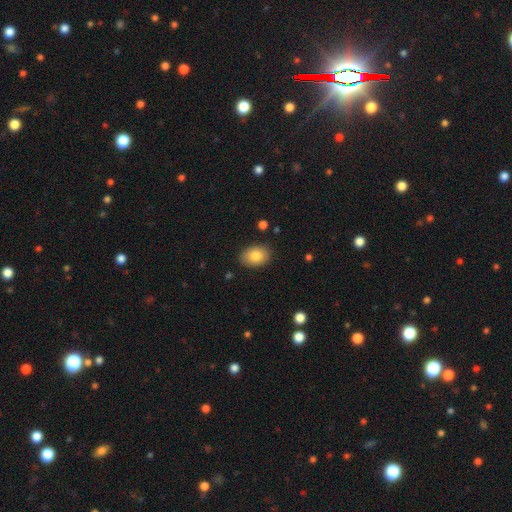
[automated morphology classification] Smooth or featured? Predicted: smooth (p=0.84). How rounded? Predicted: in between (p=0.80). Merging? Predicted: none (p=0.86).